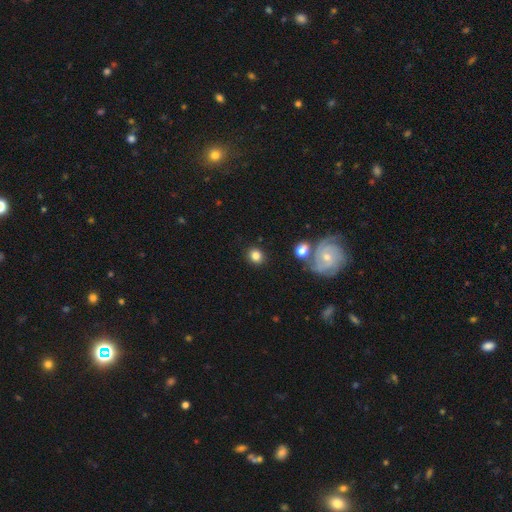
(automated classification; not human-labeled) Smooth or featured? smooth (81%)
How rounded? round (74%)
Merging? none (84%)